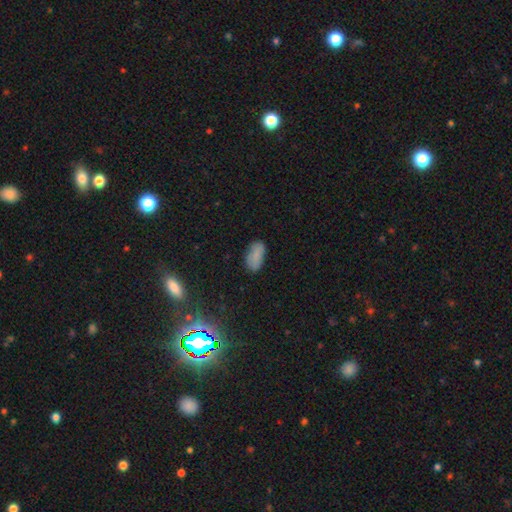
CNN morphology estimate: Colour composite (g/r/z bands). It shows a smooth galaxy with no disk features (83%) that is in between round and cigar-shaped (93%). Merging: none (81%).